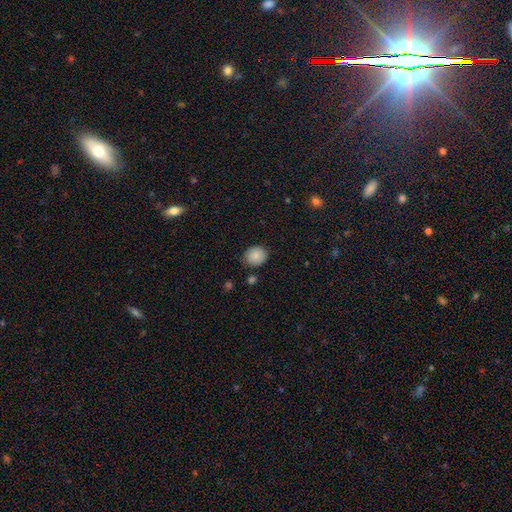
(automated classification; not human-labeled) smooth_or_featured: smooth (p=0.86) [alt: star or artifact p=0.08]
how_rounded: round (p=0.73) [alt: in between p=0.26]
merging: none (p=0.80) [alt: minor disturbance p=0.15]